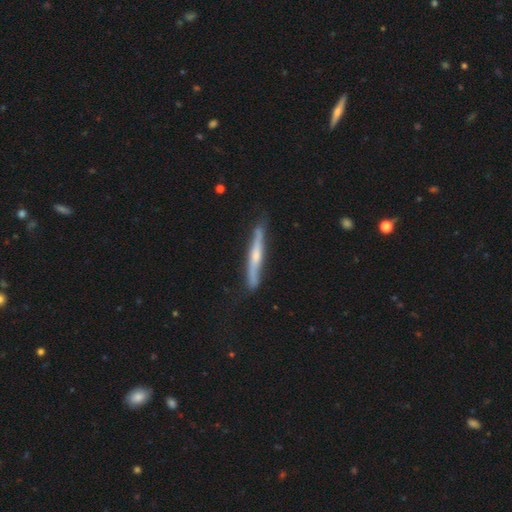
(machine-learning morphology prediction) Smooth or featured: featured or disk — 65% (smooth — 29%)
Edge-on disk: yes — 92% (no — 8%)
Edge-on bulge: rounded — 61% (none — 30%)
Merging: none — 80% (minor disturbance — 16%)